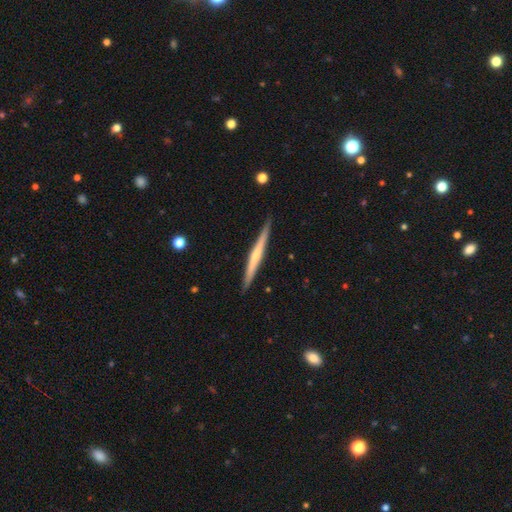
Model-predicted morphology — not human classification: A featured or disk galaxy (64%) viewed edge-on (98%) with a rounded central bulge (49%). Merging: none (90%).